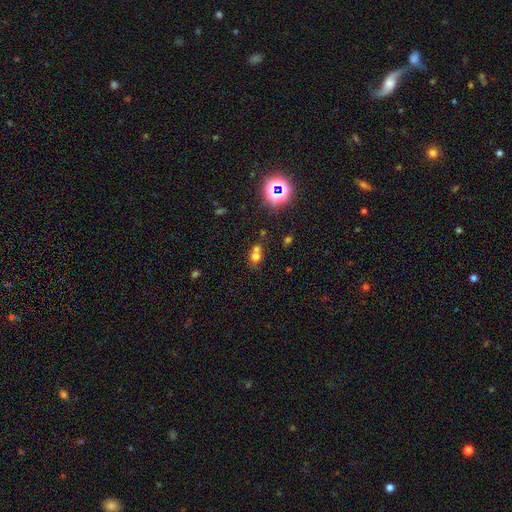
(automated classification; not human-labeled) Smooth or featured? smooth (61%)
How rounded? round (66%)
Merging? merger (52%)